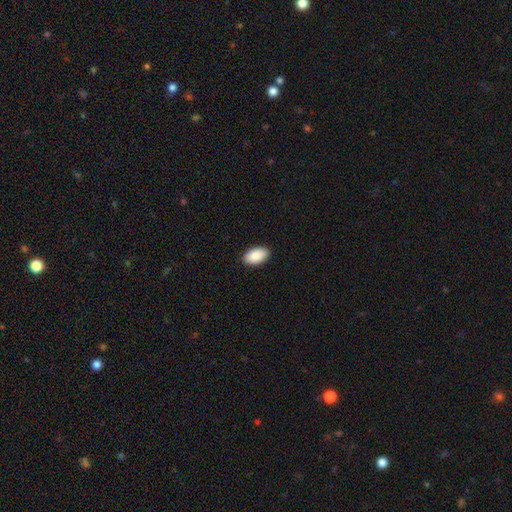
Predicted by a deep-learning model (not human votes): Morphology: type=smooth (90%); roundness=in between (95%); merging=none (89%).